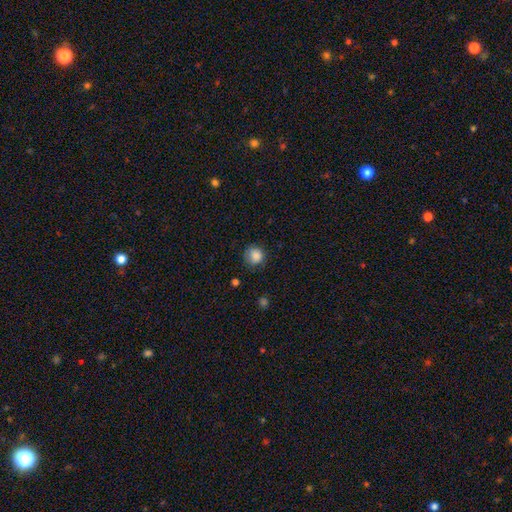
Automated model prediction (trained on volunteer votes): smooth-or-featured: smooth: 86% | star or artifact: 9% | featured or disk: 5%
  how-rounded: round: 87% | in between: 12% | cigar-shaped: 1%
  merging: none: 73% | minor disturbance: 20% | major disturbance: 6% | merger: 1%